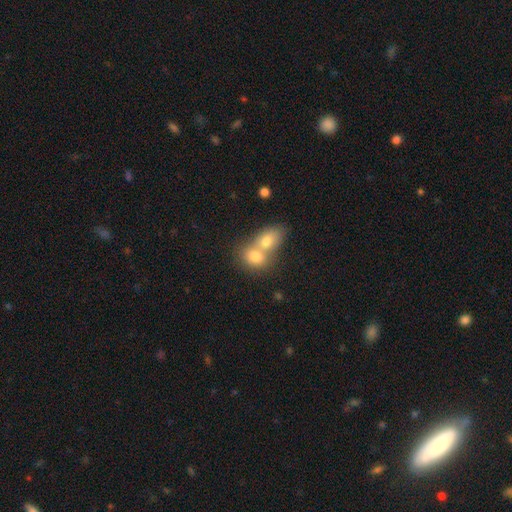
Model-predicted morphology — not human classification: This is likely a smooth galaxy (66%). How rounded: possibly round (54%). Merging: likely merger (71%).